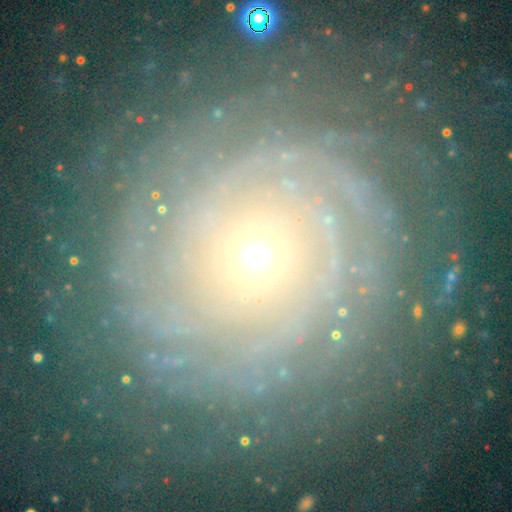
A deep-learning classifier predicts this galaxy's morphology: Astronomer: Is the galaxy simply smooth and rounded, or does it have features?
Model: featured or disk — 83%.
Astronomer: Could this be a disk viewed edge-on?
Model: no — 97%.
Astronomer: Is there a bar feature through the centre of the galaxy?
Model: no — 82%.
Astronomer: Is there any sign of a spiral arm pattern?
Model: yes — 97%.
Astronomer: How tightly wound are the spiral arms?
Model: tight — 88%.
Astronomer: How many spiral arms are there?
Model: can't tell — 27% (runner-up: more than 4, 24%).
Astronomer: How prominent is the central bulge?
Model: small — 74%.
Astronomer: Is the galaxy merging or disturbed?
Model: none — 82%.